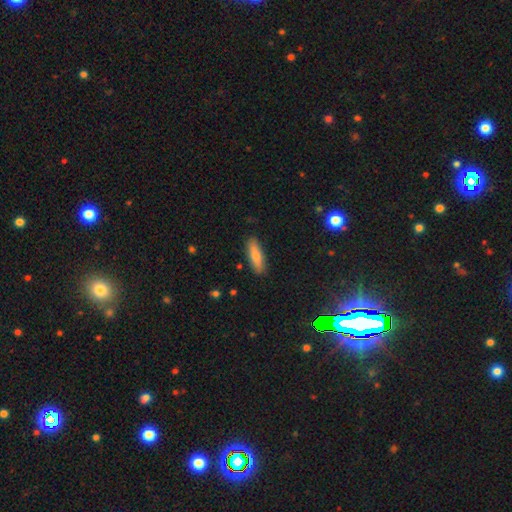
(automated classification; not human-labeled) A smooth galaxy with no disk features (74%) that is cigar-shaped (53%). Merging: none (87%).